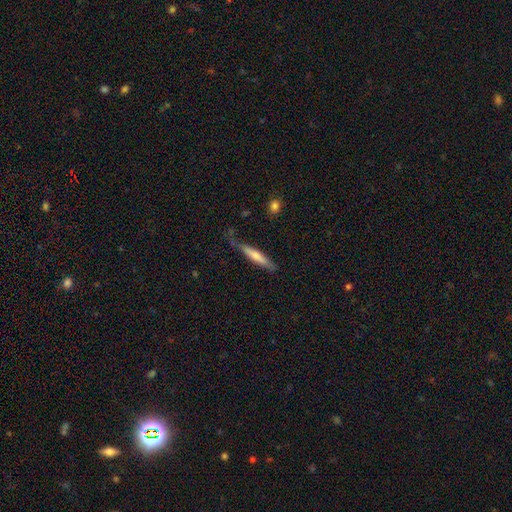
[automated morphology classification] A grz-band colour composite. It shows a smooth galaxy with no disk features (60%) that is cigar-shaped (90%). Merging: none (69%).